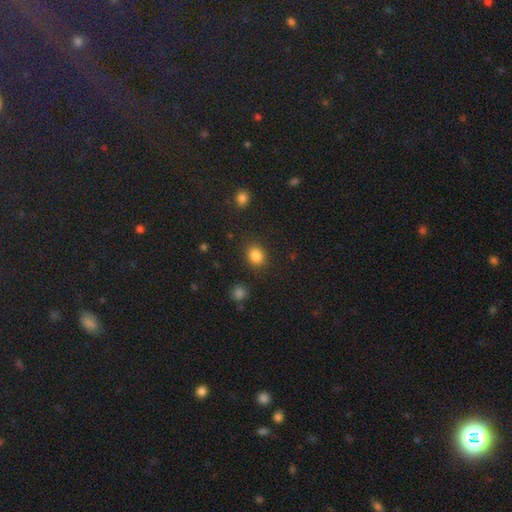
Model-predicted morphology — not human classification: Overall: smooth (85%). How rounded: round (61%; in between 38%). Merging: none (85%).